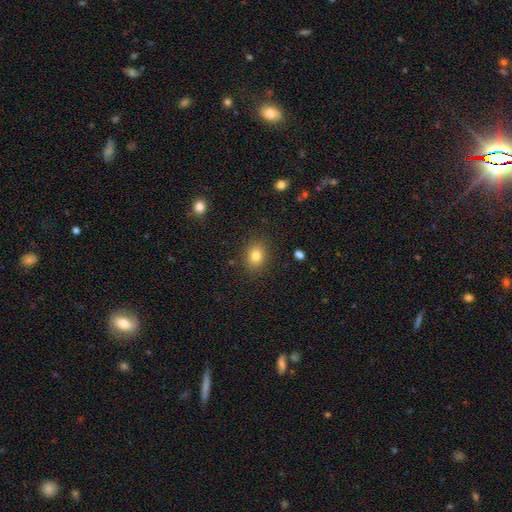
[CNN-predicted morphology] Smooth or featured: smooth — 80% (star or artifact — 11%)
How rounded: in between — 53% (round — 46%)
Merging: none — 87% (minor disturbance — 9%)